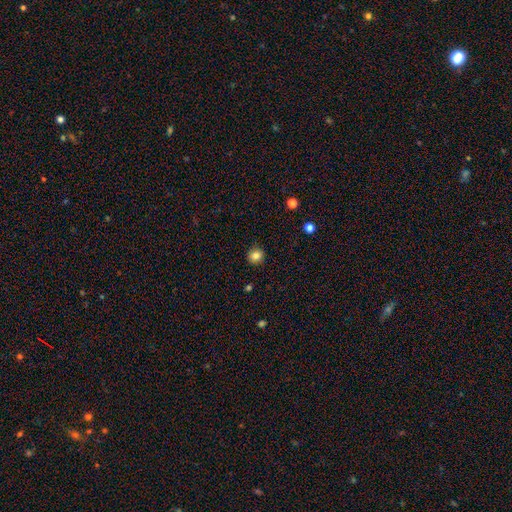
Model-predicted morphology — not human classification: Overall: smooth (83%). How rounded: round (88%). Merging: none (90%).